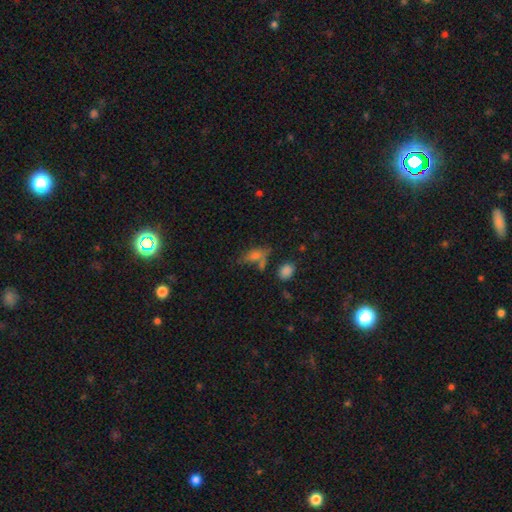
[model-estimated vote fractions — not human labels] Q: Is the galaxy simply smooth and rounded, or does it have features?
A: smooth — 65%.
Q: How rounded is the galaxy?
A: in between — 75%.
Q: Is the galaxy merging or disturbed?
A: none — 47%.